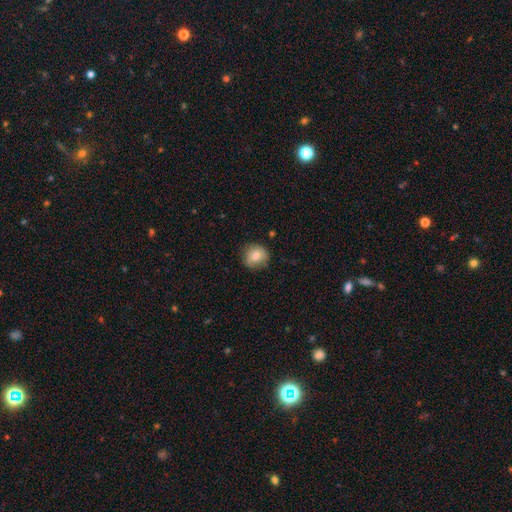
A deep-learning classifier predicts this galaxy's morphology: smooth_or_featured: smooth (p=0.75) [alt: featured or disk p=0.16]
how_rounded: round (p=0.85) [alt: in between p=0.14]
merging: none (p=0.79) [alt: minor disturbance p=0.16]